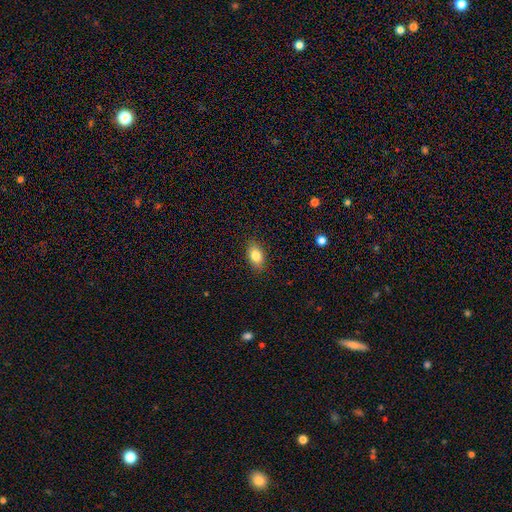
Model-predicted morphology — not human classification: type=smooth (83%); roundness=in between (86%); merging=none (87%).